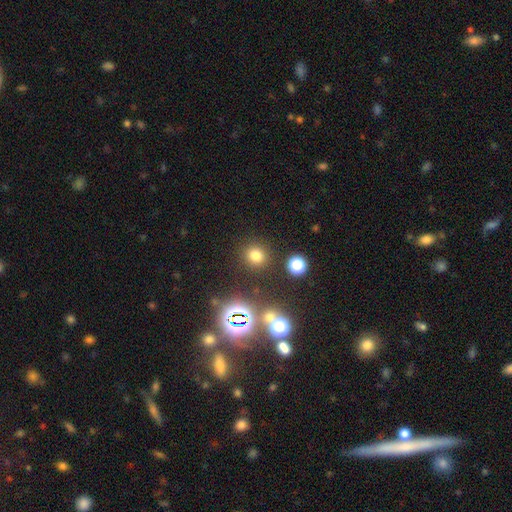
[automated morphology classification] A smooth galaxy with no disk features (73%) that is round (87%).

Vote fractions:
- Smooth or featured? smooth: 73% / star or artifact: 21% / featured or disk: 6%
- How rounded? round: 87% / in between: 12% / cigar-shaped: 1%
- Merging? none: 87% / minor disturbance: 7% / merger: 3% / major disturbance: 3%